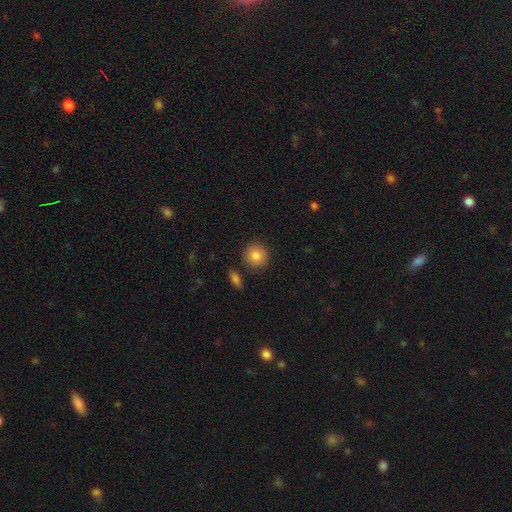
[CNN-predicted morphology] Overall: smooth (85%). How rounded: round (90%). Merging: none (87%).